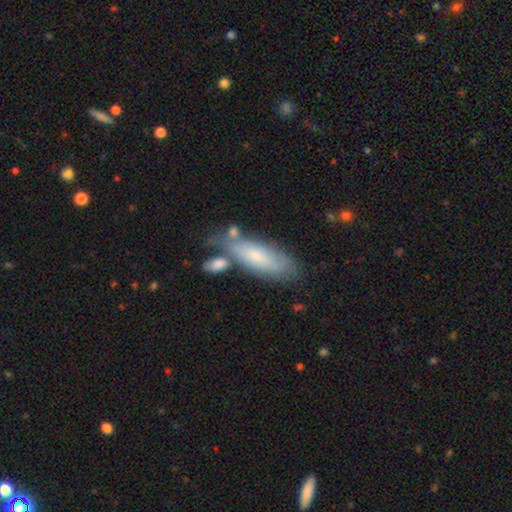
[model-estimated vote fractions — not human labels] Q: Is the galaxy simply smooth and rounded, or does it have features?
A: smooth — 58%.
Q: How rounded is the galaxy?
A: in between — 62%.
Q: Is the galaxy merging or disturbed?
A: none — 53%.